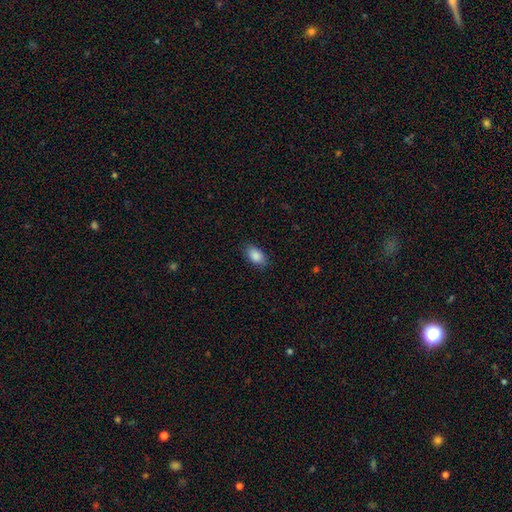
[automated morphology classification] Smooth or featured: smooth — 89% (star or artifact — 7%)
How rounded: in between — 92% (round — 6%)
Merging: none — 86% (minor disturbance — 11%)